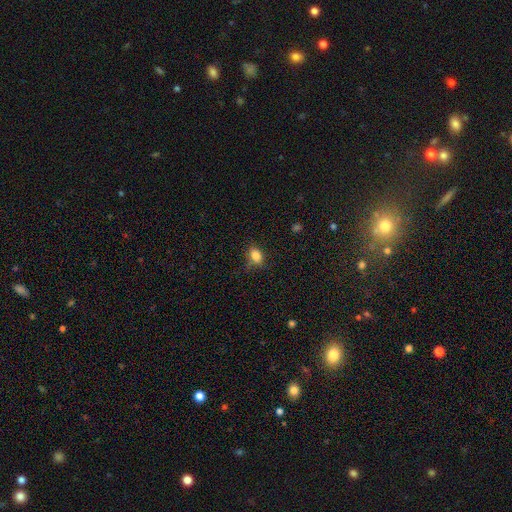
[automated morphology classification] A smooth galaxy with no disk features (85%) that is in between round and cigar-shaped (74%). Merging: none (73%).